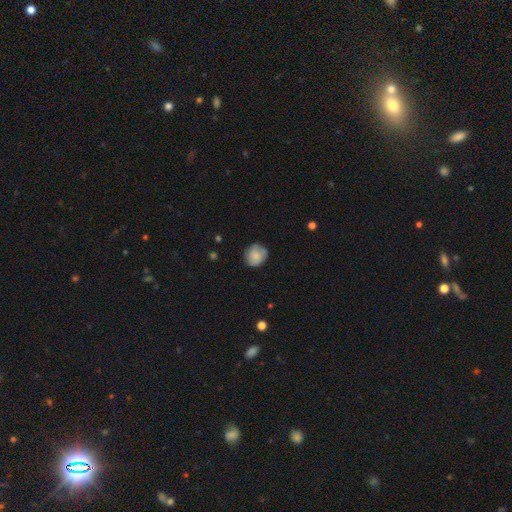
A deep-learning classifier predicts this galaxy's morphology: type=smooth (78%); roundness=round (83%); merging=none (77%).